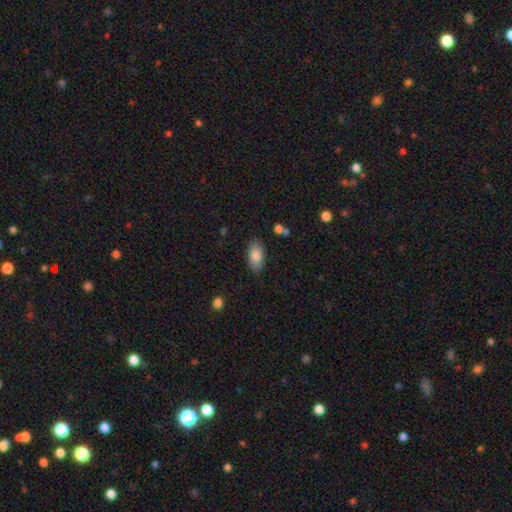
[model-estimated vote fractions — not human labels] Q: Smooth or featured?
A: smooth (82%); runner-up: featured or disk (11%)
Q: How rounded?
A: in between (93%); runner-up: round (4%)
Q: Merging?
A: none (85%); runner-up: minor disturbance (11%)